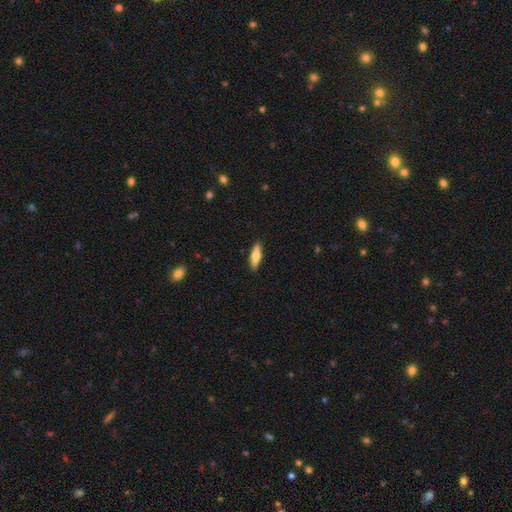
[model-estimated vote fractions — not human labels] smooth 68%, featured or disk 26%, star or artifact 6%. Down the decision tree: how rounded — cigar-shaped (59%); merging — none (90%).